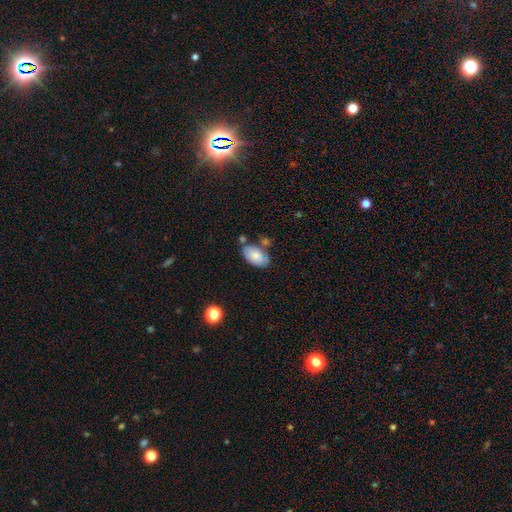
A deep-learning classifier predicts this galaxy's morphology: Smooth or featured? smooth (78%)
How rounded? in between (94%)
Merging? none (60%)